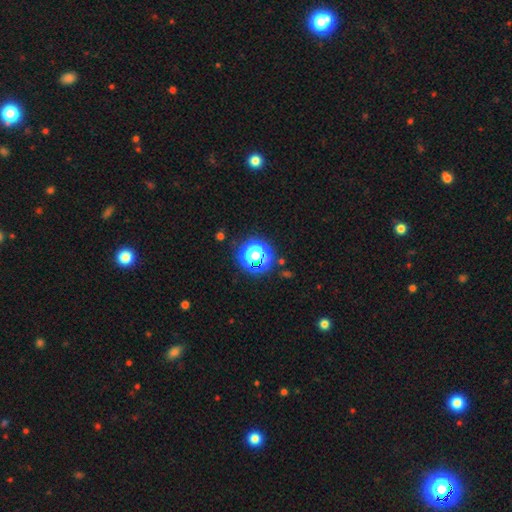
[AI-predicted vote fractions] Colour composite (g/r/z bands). It shows a star or artifact, not a galaxy (49%).